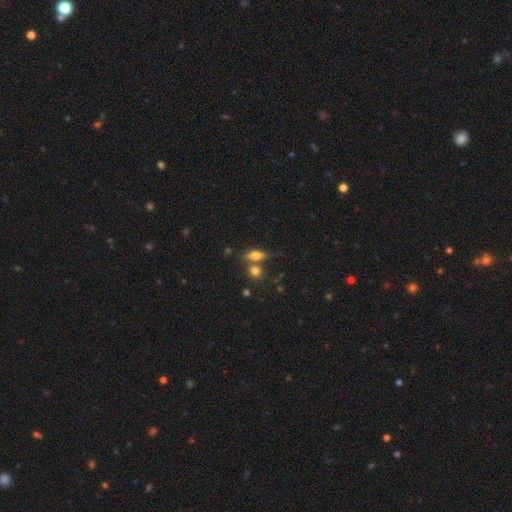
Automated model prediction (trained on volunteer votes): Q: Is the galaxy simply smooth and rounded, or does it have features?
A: smooth — 66%.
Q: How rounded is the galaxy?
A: in between — 66%.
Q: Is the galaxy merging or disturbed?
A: none — 58%.